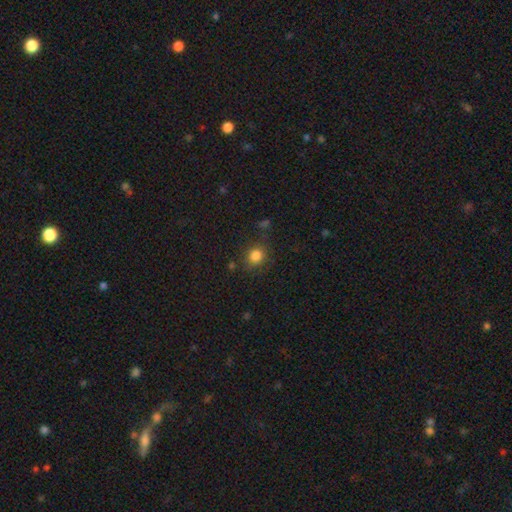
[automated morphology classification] This is clearly a smooth galaxy (83%). How rounded: likely round (79%). Merging: likely none (79%).